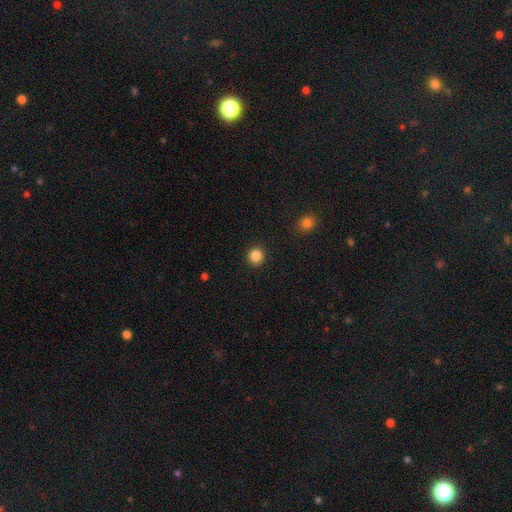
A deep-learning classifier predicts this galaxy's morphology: smooth-or-featured: smooth: 86% | star or artifact: 11% | featured or disk: 3%
  how-rounded: round: 92% | in between: 7% | cigar-shaped: 1%
  merging: none: 93% | minor disturbance: 5% | major disturbance: 2% | merger: 1%